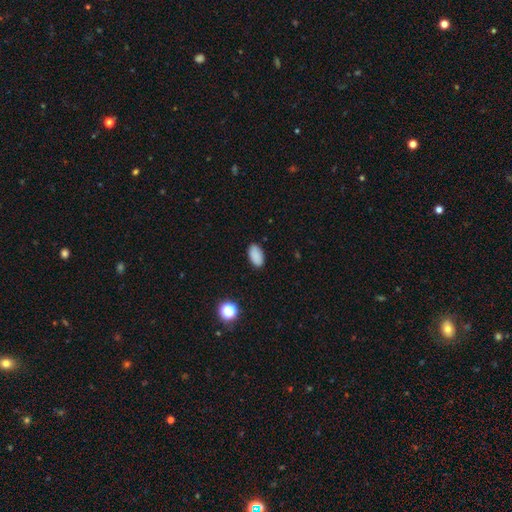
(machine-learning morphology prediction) smooth 87%, star or artifact 9%, featured or disk 3%. Down the decision tree: how rounded — in between (94%); merging — none (87%).